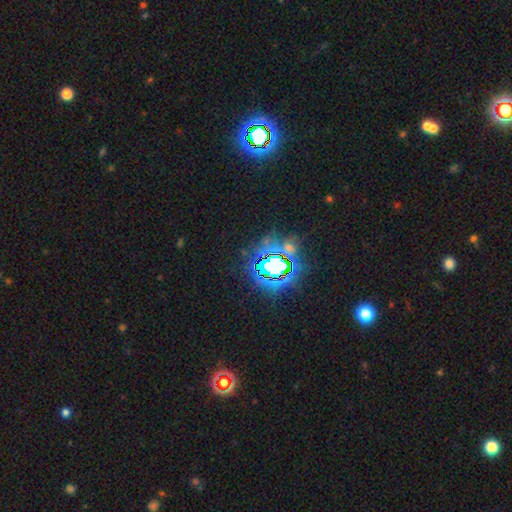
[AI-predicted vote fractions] A star or artifact, not a galaxy (84%).

Vote fractions:
- Smooth or featured? star or artifact: 84% / smooth: 9% / featured or disk: 6%